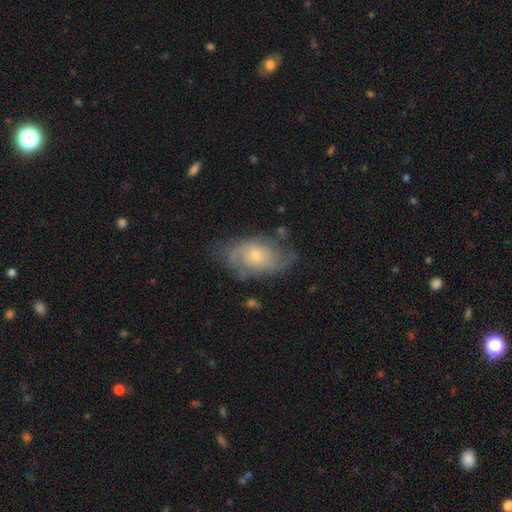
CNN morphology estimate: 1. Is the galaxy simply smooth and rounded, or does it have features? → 71% featured or disk, 22% smooth, 7% star or artifact.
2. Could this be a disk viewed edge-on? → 96% no, 4% yes.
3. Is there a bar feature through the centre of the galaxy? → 74% no, 23% weak, 3% strong.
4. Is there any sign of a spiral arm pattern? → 86% yes, 14% no.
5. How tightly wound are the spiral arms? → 40% medium (tied), 40% tight (tied), 20% loose.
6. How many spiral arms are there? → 44% 2, 34% can't tell, 10% 3, 5% 1, 4% 4, 3% more than 4.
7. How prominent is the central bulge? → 65% small, 30% moderate, 2% large, 1% none, 1% dominant.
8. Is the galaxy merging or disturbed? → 63% none, 23% minor disturbance, 11% major disturbance, 2% merger.